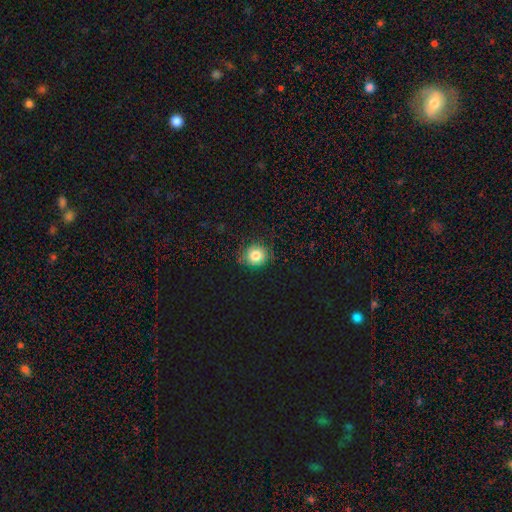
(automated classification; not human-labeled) This appears to be a smooth galaxy with no disk features (74%) that is round (86%). Merging: none (85%).